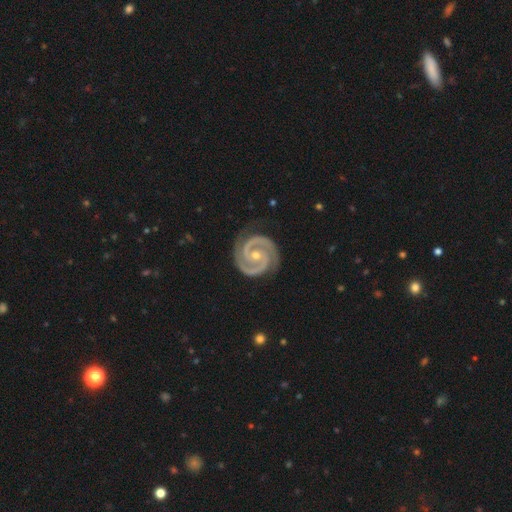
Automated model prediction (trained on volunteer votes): Overall: featured or disk (95%). Edge-on disk: no (98%). Bar: no (55%; weak 29%). Spiral arms: yes (99%). Spiral arm count: 2 (93%). Spiral winding: tight (68%; medium 29%). Bulge size: small (52%; moderate 45%). Merging: none (84%).